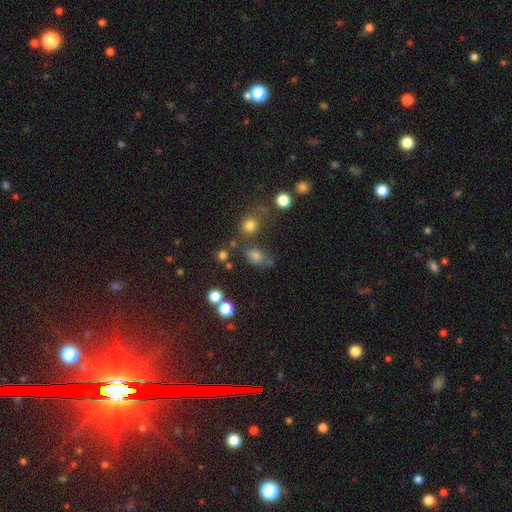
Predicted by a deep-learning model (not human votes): Q: Smooth or featured?
A: smooth (72%); runner-up: star or artifact (18%)
Q: How rounded?
A: in between (60%); runner-up: round (38%)
Q: Merging?
A: none (53%); runner-up: minor disturbance (21%)